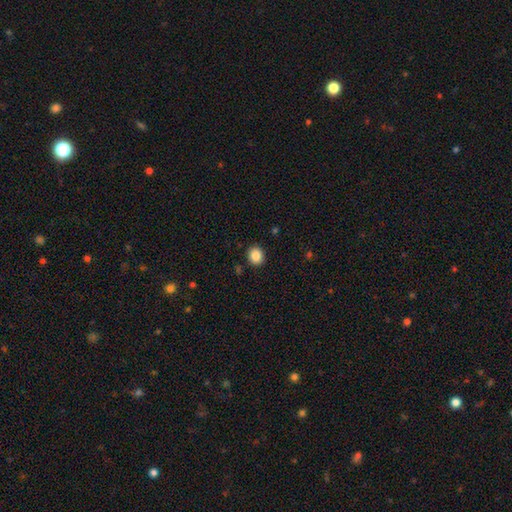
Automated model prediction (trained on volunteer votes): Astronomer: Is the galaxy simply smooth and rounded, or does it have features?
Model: smooth — 87%.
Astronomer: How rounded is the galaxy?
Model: round — 76%.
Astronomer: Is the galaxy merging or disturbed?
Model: none — 90%.